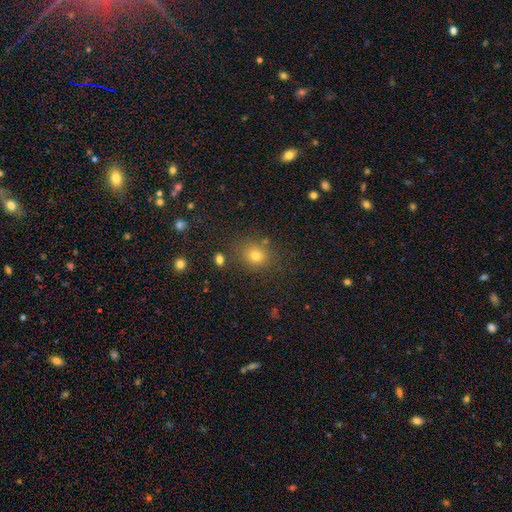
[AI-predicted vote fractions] smooth_or_featured: smooth (p=0.74) [alt: star or artifact p=0.18]
how_rounded: round (p=0.73) [alt: in between p=0.26]
merging: none (p=0.79) [alt: minor disturbance p=0.11]